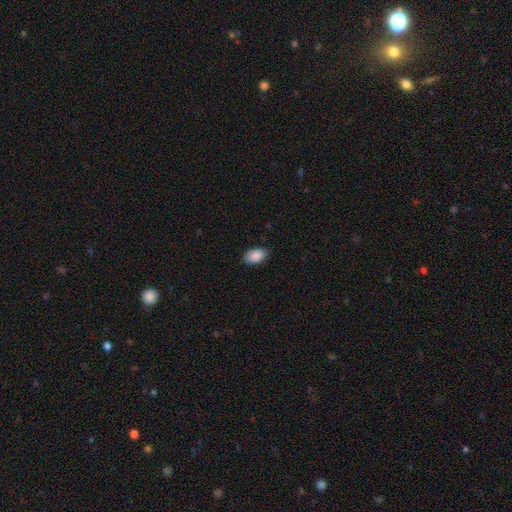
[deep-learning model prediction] A smooth galaxy with no disk features (90%) that is in between round and cigar-shaped (91%).

Vote fractions:
- Smooth or featured? smooth: 90% / star or artifact: 7% / featured or disk: 4%
- How rounded? in between: 91% / round: 8% / cigar-shaped: 1%
- Merging? none: 85% / minor disturbance: 12% / major disturbance: 2% / merger: 1%